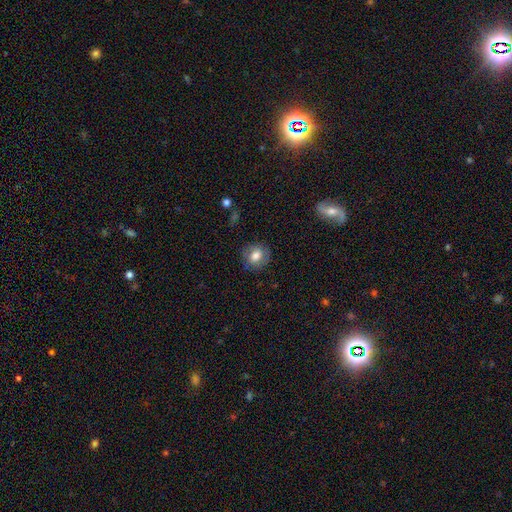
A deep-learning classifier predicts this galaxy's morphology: smooth 74%, featured or disk 18%, star or artifact 9%. Down the decision tree: how rounded — round (75%); merging — none (81%).